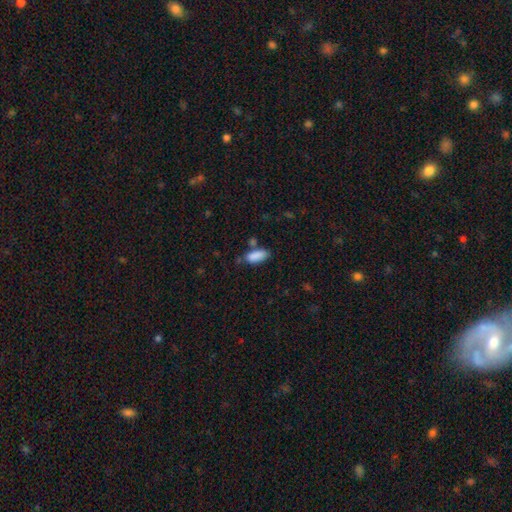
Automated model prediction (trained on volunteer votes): Morphology: type=smooth (88%); roundness=in between (80%); merging=none (66%).